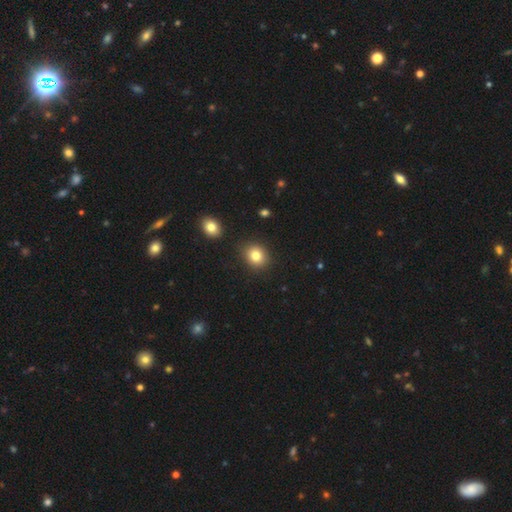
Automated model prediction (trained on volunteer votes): The model was most divided on "how rounded": round: 69%, in between: 30%, cigar-shaped: 1%. More confident: merging — none (86%); smooth or featured — smooth (82%).